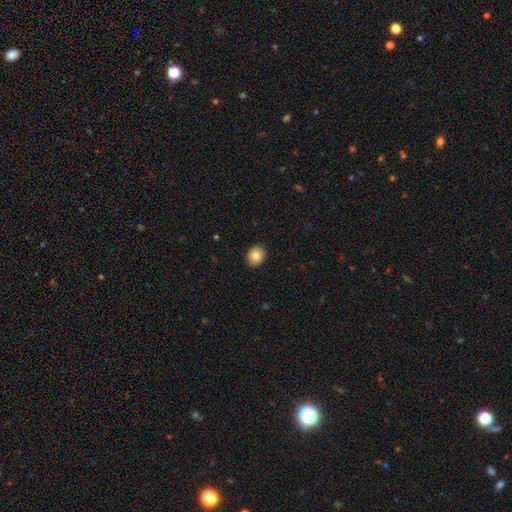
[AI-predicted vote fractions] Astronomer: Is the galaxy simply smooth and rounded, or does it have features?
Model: smooth — 81%.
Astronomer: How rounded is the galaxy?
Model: round — 67%.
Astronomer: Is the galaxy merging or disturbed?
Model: none — 90%.